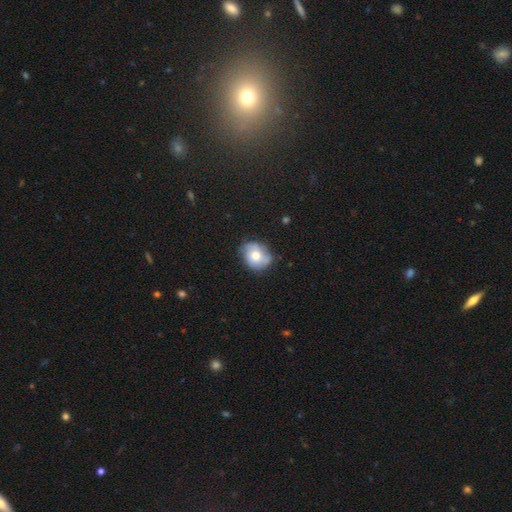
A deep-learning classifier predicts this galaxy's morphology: smooth 63%, featured or disk 29%, star or artifact 8%. Down the decision tree: how rounded — round (52%); merging — none (61%).